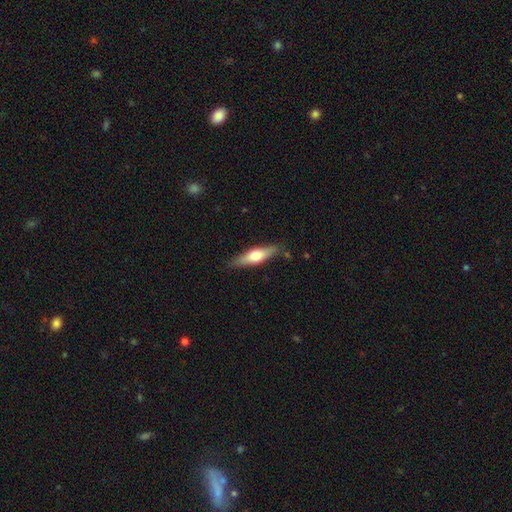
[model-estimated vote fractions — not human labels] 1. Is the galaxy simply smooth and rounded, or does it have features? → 50% smooth, 45% featured or disk, 6% star or artifact.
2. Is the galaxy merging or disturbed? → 84% none, 12% minor disturbance, 2% major disturbance, 2% merger.